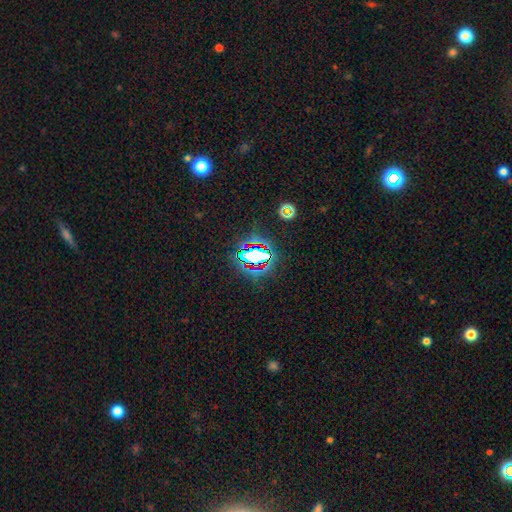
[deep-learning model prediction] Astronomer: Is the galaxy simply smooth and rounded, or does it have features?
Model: star or artifact — 61%.